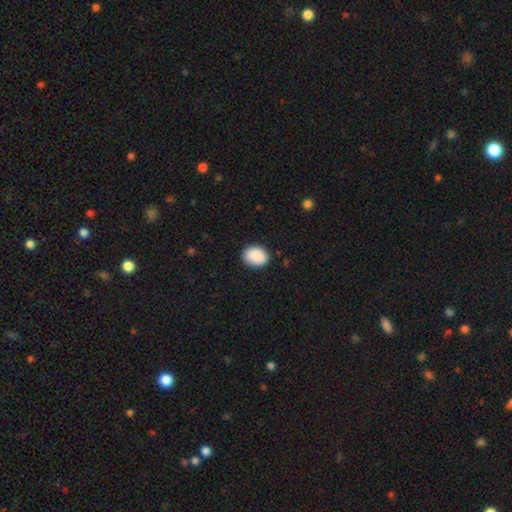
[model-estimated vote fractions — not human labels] This is clearly a smooth galaxy (90%). How rounded: likely in between (61%). Merging: clearly none (88%).